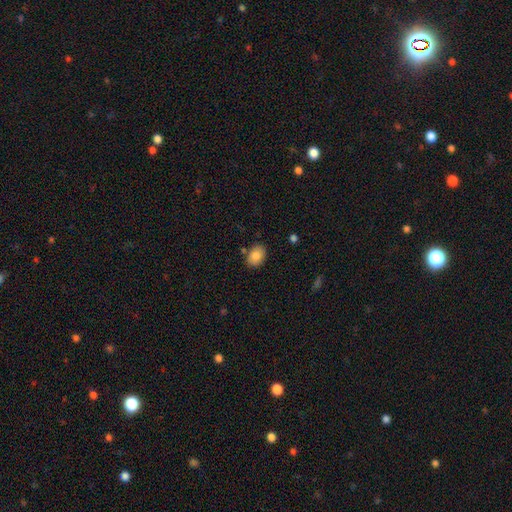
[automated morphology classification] type=smooth (86%); roundness=in between (77%); merging=none (81%).